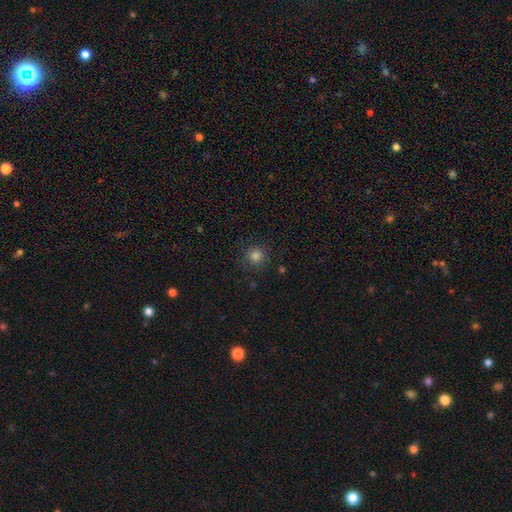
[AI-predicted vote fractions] Smooth or featured: smooth — 81% (star or artifact — 14%)
How rounded: round — 94% (in between — 5%)
Merging: none — 87% (minor disturbance — 8%)